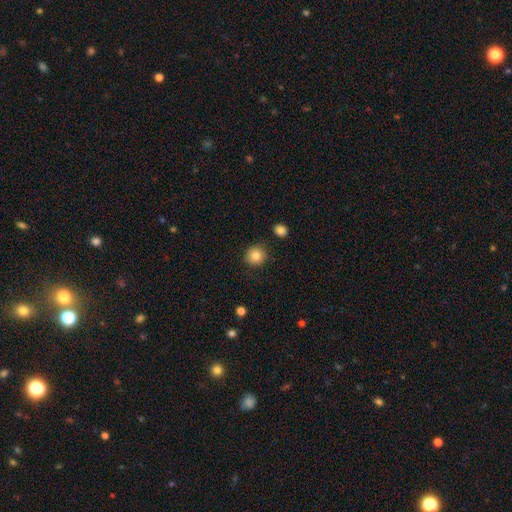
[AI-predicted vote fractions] Q: Smooth or featured?
A: smooth (85%); runner-up: star or artifact (10%)
Q: How rounded?
A: round (92%); runner-up: in between (7%)
Q: Merging?
A: none (88%); runner-up: minor disturbance (7%)